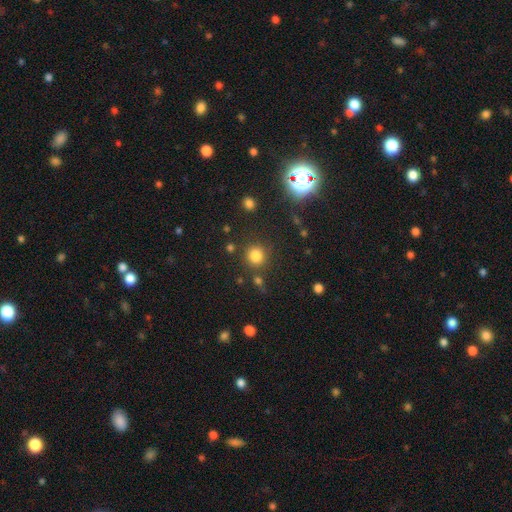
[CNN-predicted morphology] Smooth or featured? smooth (79%)
How rounded? round (90%)
Merging? none (80%)